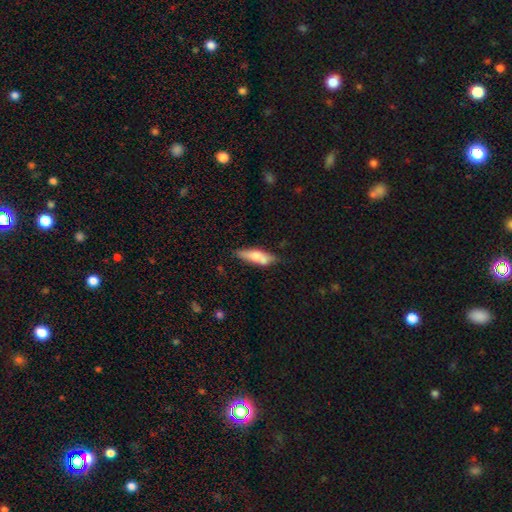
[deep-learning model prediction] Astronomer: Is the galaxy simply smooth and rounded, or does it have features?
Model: smooth — 66%.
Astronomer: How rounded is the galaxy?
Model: cigar-shaped — 54% (runner-up: in between, 43%).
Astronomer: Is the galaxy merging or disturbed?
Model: none — 60%.